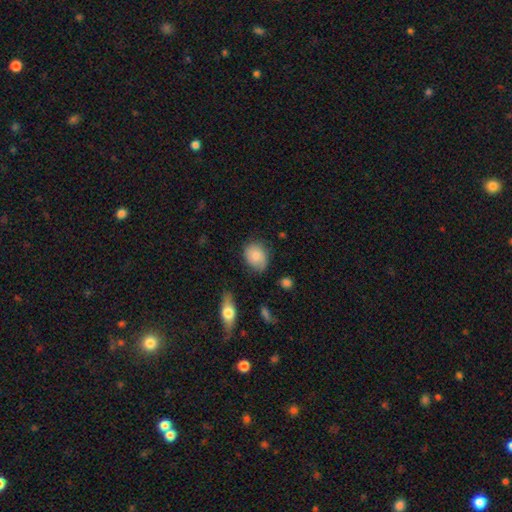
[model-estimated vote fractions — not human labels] Morphology: type=smooth (79%); roundness=in between (52%); merging=none (69%).